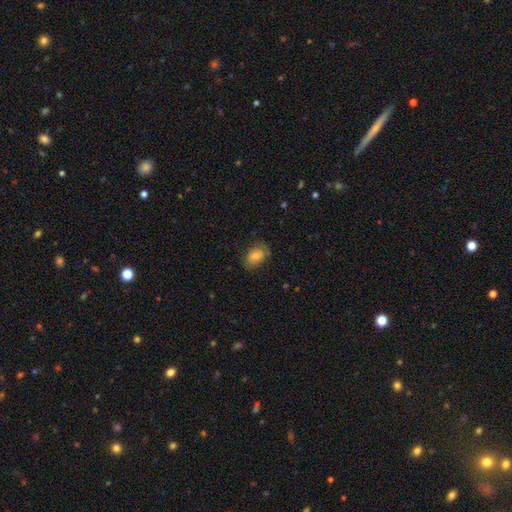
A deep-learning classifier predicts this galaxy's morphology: Q: Smooth or featured?
A: smooth (79%); runner-up: featured or disk (13%)
Q: How rounded?
A: in between (86%); runner-up: round (13%)
Q: Merging?
A: none (73%); runner-up: minor disturbance (20%)